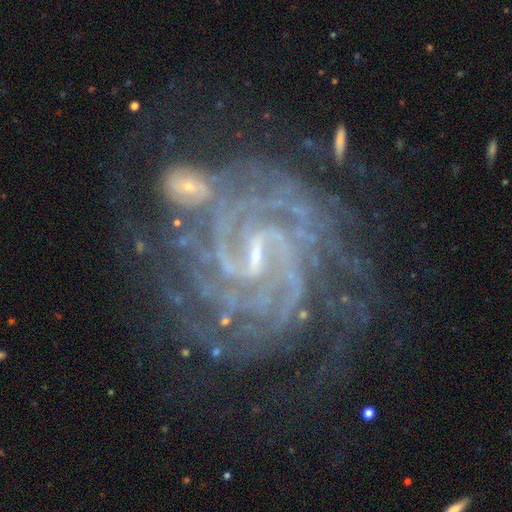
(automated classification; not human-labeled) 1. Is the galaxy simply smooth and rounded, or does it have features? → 92% featured or disk, 6% star or artifact, 3% smooth.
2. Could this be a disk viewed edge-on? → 98% no, 2% yes.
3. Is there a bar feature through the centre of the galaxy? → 49% weak, 31% strong, 20% no.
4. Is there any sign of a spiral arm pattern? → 98% yes, 2% no.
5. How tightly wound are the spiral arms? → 76% tight, 21% medium, 3% loose.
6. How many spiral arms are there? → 25% 2, 20% can't tell, 19% 4, 15% 3, 13% more than 4, 9% 1.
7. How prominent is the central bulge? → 80% small, 12% moderate, 6% none, 1% large, 1% dominant.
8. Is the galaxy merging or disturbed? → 54% none, 19% minor disturbance, 15% merger, 12% major disturbance.